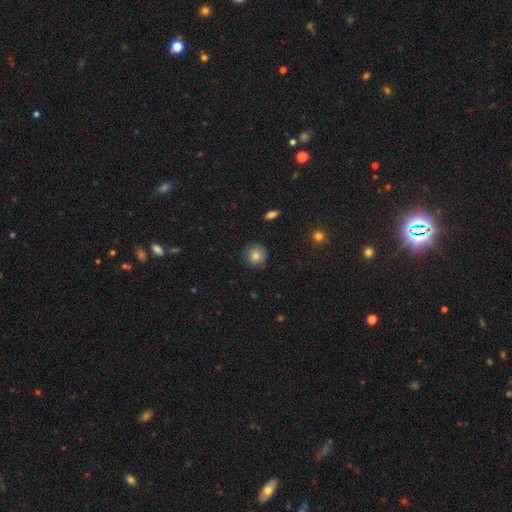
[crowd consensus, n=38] Overall: smooth (79%). How rounded: round (93%). Merging: none (84%).